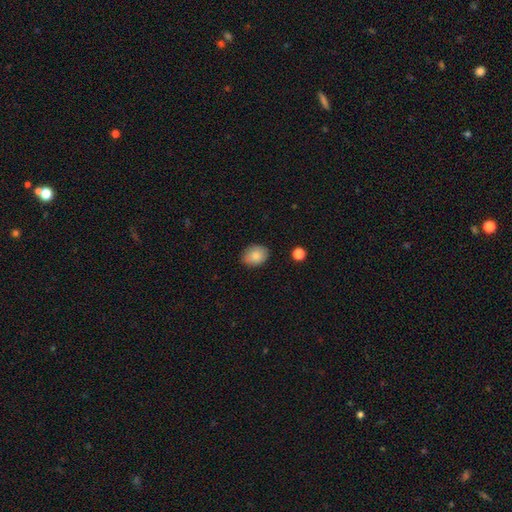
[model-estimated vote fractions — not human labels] Morphology: type=smooth (85%); roundness=in between (68%); merging=none (85%).